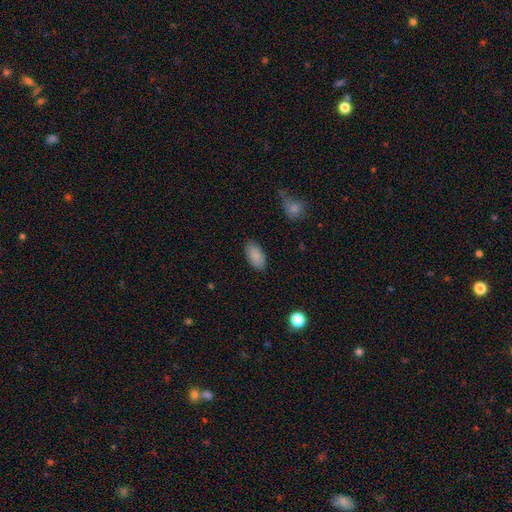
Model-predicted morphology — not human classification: This appears to be a smooth galaxy with no disk features (88%) that is in between round and cigar-shaped (95%). Merging: none (87%).